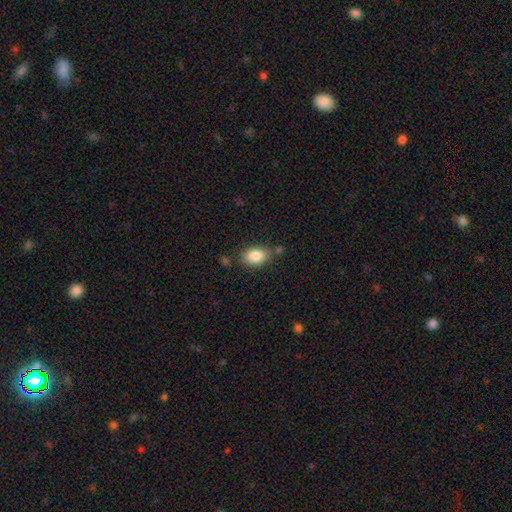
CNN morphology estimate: This is clearly a smooth galaxy (85%). How rounded: clearly in between (84%). Merging: likely none (69%).